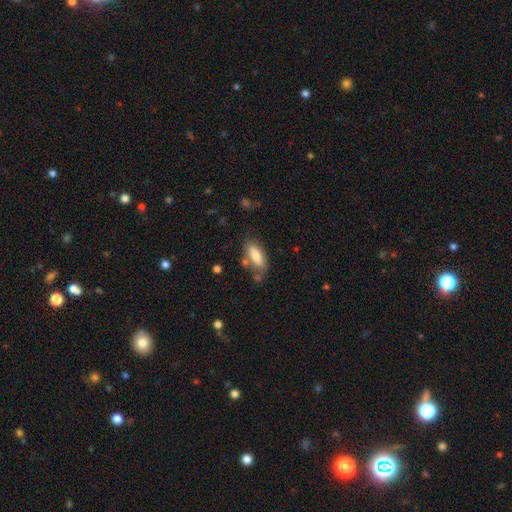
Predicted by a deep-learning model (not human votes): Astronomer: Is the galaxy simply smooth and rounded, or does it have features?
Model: smooth — 75%.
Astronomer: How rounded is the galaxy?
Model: in between — 74%.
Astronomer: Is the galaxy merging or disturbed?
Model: none — 66%.